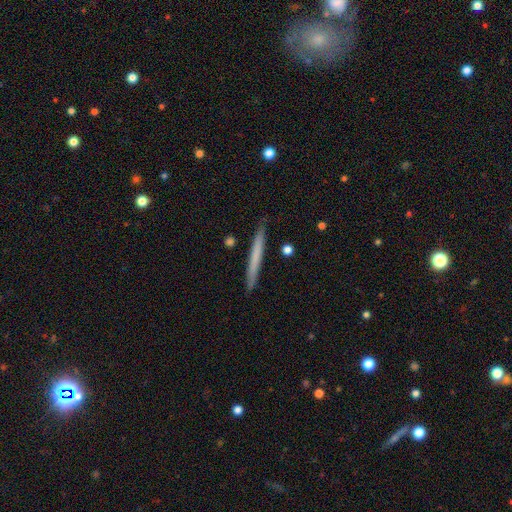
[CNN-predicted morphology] smooth 63%, featured or disk 31%, star or artifact 6%. Down the decision tree: how rounded — cigar-shaped (97%); merging — none (88%).